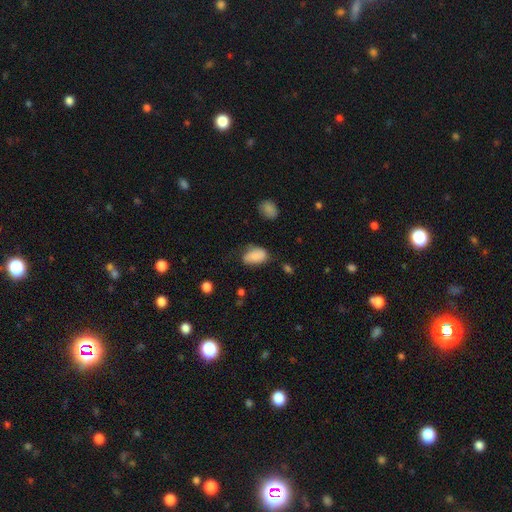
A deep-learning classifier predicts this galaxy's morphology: Smooth or featured? smooth (83%)
How rounded? in between (91%)
Merging? none (53%)